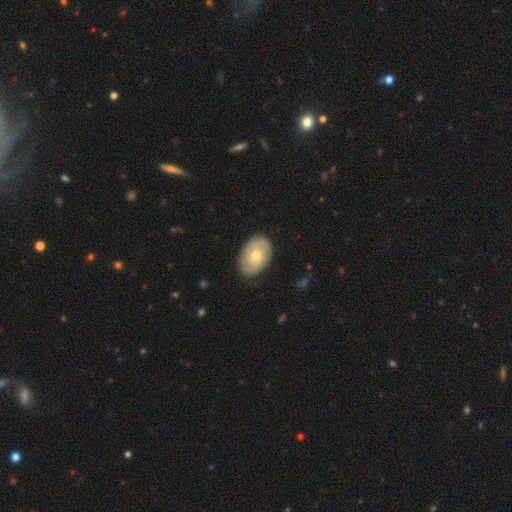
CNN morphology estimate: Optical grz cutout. It shows a smooth galaxy with no disk features (50%) that is in between round and cigar-shaped (86%). Merging: none (84%).